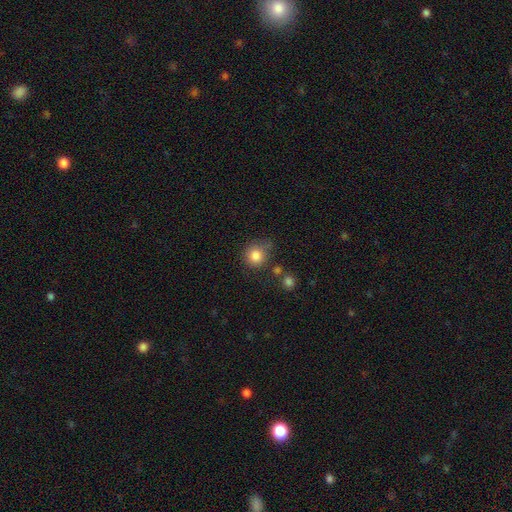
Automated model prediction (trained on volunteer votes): Smooth or featured?
  - smooth: 84% *
  - star or artifact: 10%
  - featured or disk: 6%
How rounded?
  - round: 89% *
  - in between: 10%
  - cigar-shaped: 1%
Merging?
  - none: 68% *
  - minor disturbance: 20%
  - merger: 7%
  - major disturbance: 6%